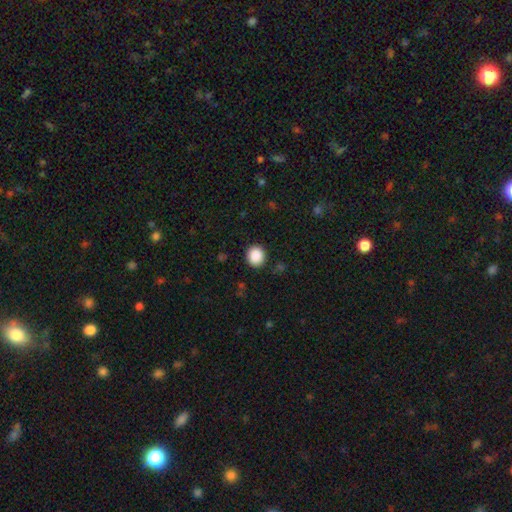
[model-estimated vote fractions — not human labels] Smooth or featured? smooth (89%)
How rounded? round (84%)
Merging? none (90%)